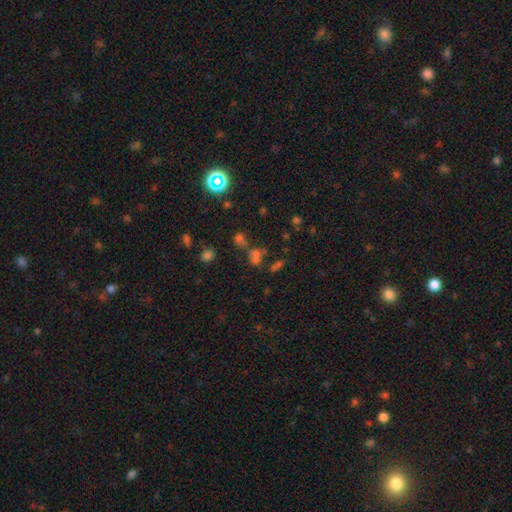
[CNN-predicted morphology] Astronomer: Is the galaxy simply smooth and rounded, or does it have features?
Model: star or artifact — 44% (runner-up: smooth, 43%).